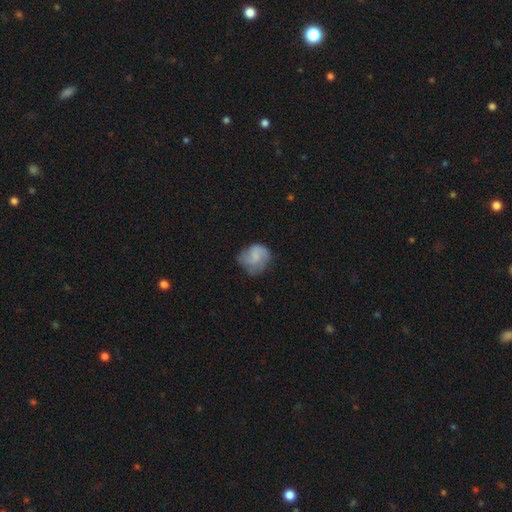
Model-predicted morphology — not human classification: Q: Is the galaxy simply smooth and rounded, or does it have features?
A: smooth — 50%.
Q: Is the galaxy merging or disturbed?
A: none — 55%.